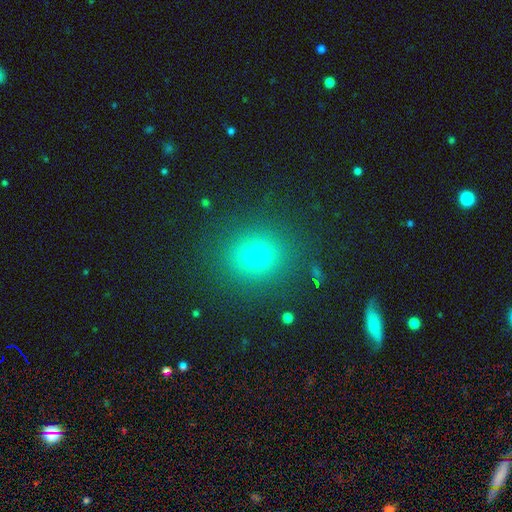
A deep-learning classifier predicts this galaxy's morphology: smooth-or-featured: smooth: 70% | star or artifact: 21% | featured or disk: 9%
  how-rounded: round: 86% | in between: 13% | cigar-shaped: 1%
  merging: none: 87% | minor disturbance: 8% | major disturbance: 4% | merger: 2%